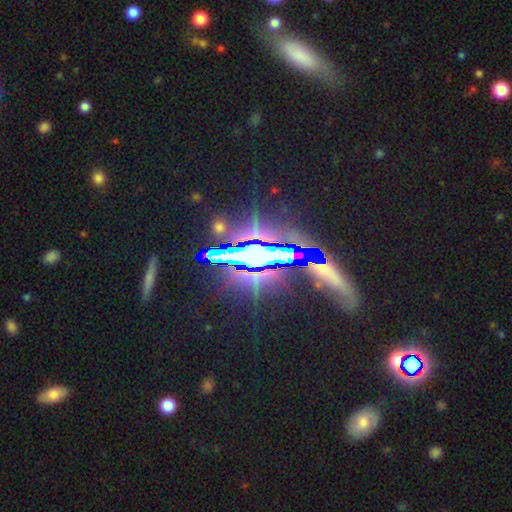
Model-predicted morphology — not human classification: Smooth or featured: star or artifact — 72% (featured or disk — 15%)